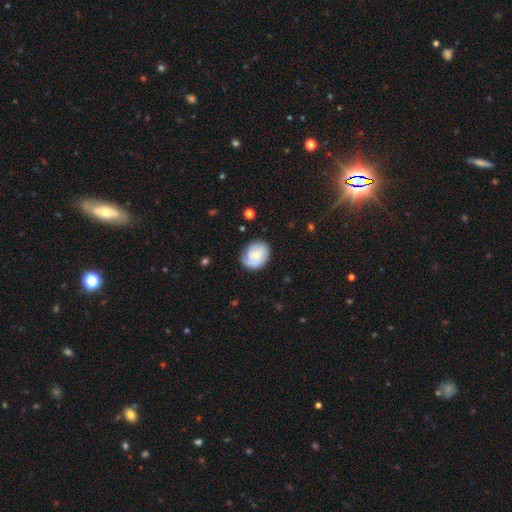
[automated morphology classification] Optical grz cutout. It shows a smooth galaxy with no disk features (59%) that is round (52%). Merging: none (67%).